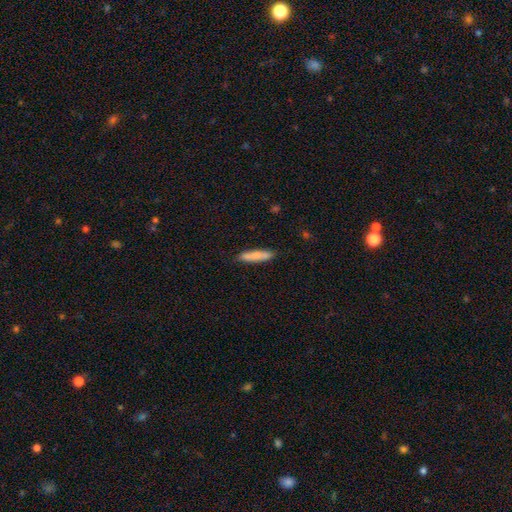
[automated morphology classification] Smooth or featured? smooth (80%)
How rounded? cigar-shaped (85%)
Merging? none (85%)